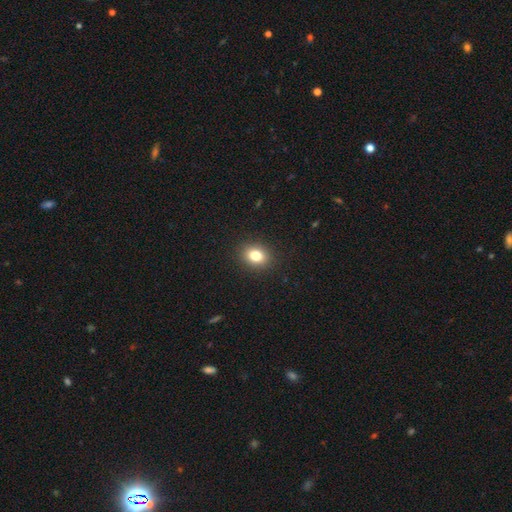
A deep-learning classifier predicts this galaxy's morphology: Smooth or featured? smooth (81%)
How rounded? in between (54%)
Merging? none (90%)